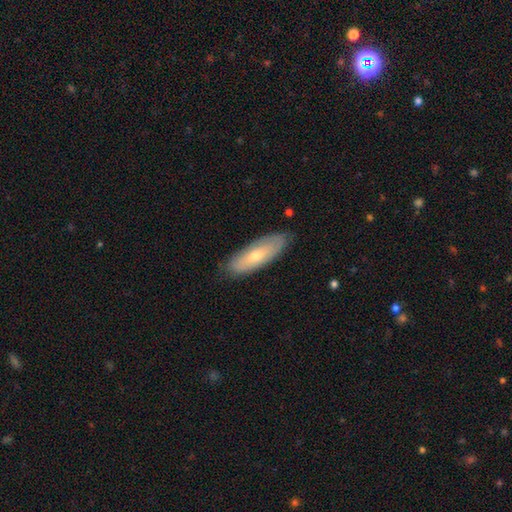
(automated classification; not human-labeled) Smooth or featured? smooth (55%)
How rounded? in between (59%)
Merging? none (82%)